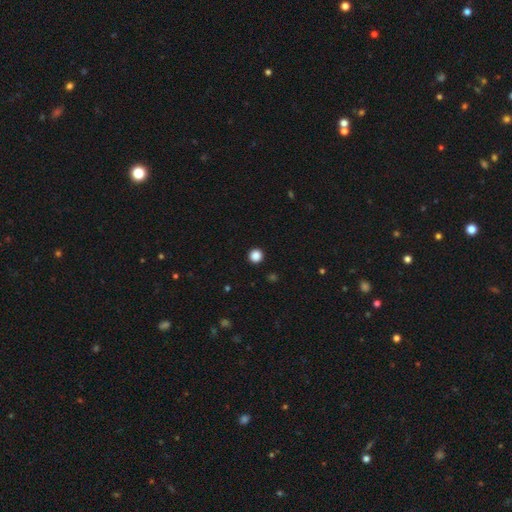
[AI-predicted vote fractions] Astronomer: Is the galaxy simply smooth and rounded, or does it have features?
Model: smooth — 86%.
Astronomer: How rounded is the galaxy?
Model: round — 95%.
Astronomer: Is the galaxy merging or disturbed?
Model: none — 94%.